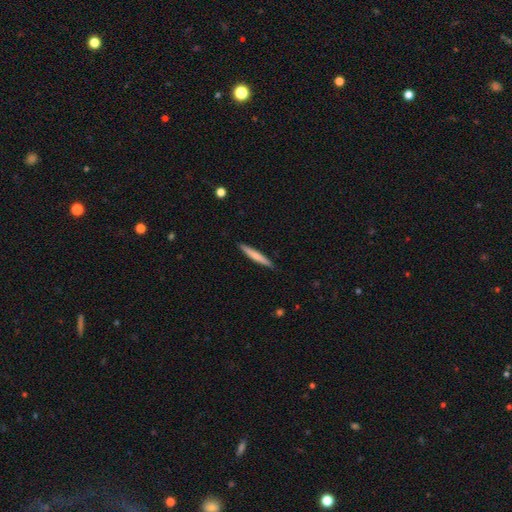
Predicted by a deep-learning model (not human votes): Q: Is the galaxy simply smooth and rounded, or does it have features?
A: smooth — 69%.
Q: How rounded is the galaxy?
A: cigar-shaped — 95%.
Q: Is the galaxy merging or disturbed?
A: none — 90%.